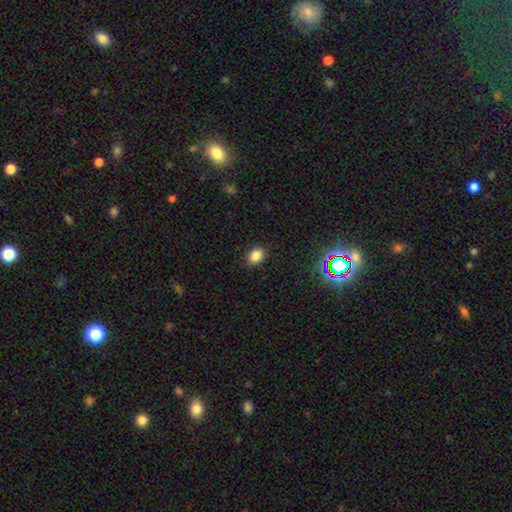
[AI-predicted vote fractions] Smooth or featured? Predicted: smooth (p=0.83). How rounded? Predicted: in between (p=0.59). Merging? Predicted: none (p=0.88).